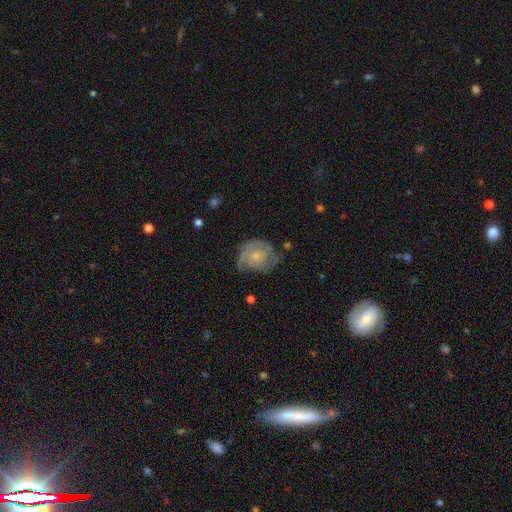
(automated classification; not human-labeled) A featured or disk galaxy (65%) with no bar (78%), tight (49%) spiral arms (81%) and a small central bulge (69%). Merging: none (52%).